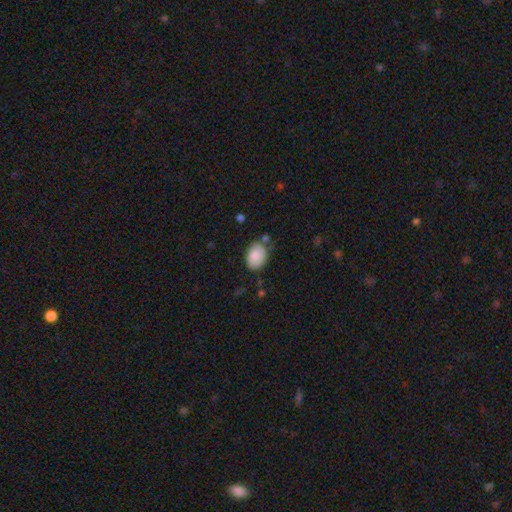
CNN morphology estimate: smooth-or-featured: smooth: 88% | star or artifact: 7% | featured or disk: 6%
  how-rounded: in between: 81% | round: 18% | cigar-shaped: 1%
  merging: none: 73% | minor disturbance: 18% | merger: 5% | major disturbance: 4%